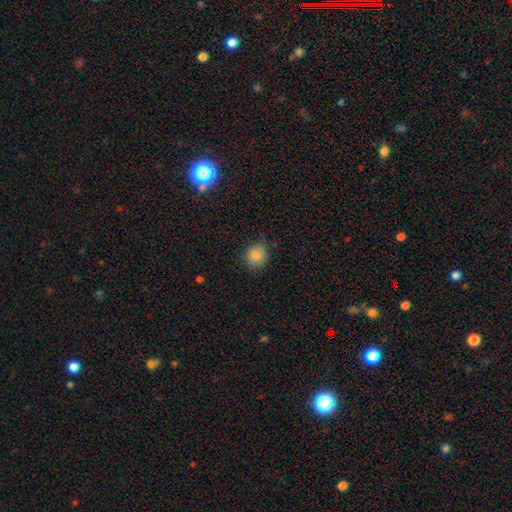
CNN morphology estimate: A smooth galaxy with no disk features (83%) that is round (75%).

Vote fractions:
- Smooth or featured? smooth: 83% / star or artifact: 11% / featured or disk: 6%
- How rounded? round: 75% / in between: 24% / cigar-shaped: 1%
- Merging? none: 81% / minor disturbance: 14% / major disturbance: 3% / merger: 1%